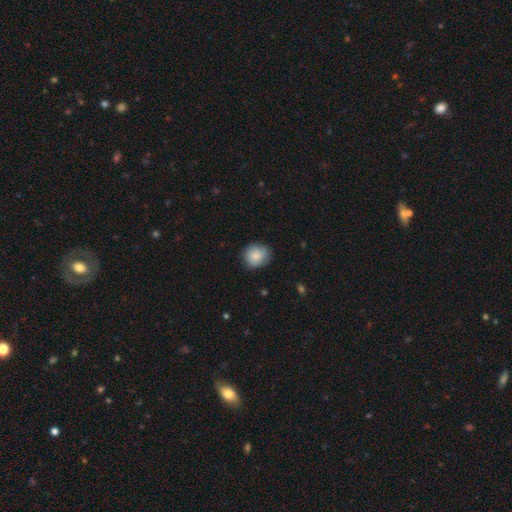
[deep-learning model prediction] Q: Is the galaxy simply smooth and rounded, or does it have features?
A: smooth — 76%.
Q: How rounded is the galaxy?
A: round — 79%.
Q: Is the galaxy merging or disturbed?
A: none — 78%.